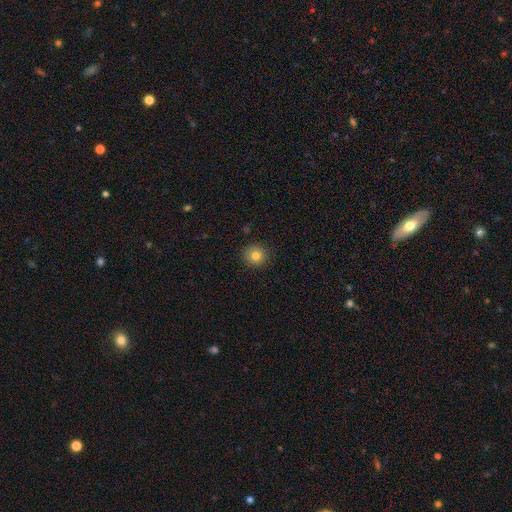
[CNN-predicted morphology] type=smooth (80%); roundness=round (91%); merging=none (88%).